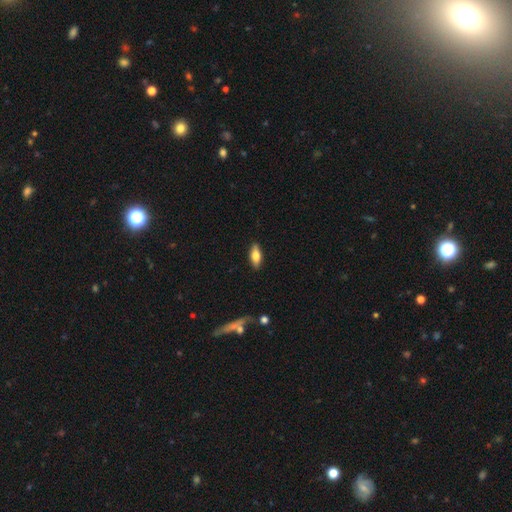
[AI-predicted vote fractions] A smooth galaxy with no disk features (67%) that is in between round and cigar-shaped (74%).

Vote fractions:
- Smooth or featured? smooth: 67% / featured or disk: 26% / star or artifact: 6%
- How rounded? in between: 74% / cigar-shaped: 23% / round: 3%
- Merging? none: 88% / minor disturbance: 9% / major disturbance: 2% / merger: 1%